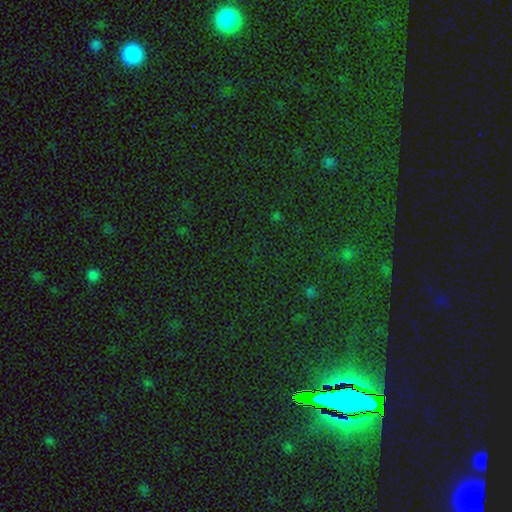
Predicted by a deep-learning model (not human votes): Q: Smooth or featured?
A: star or artifact (83%); runner-up: smooth (10%)